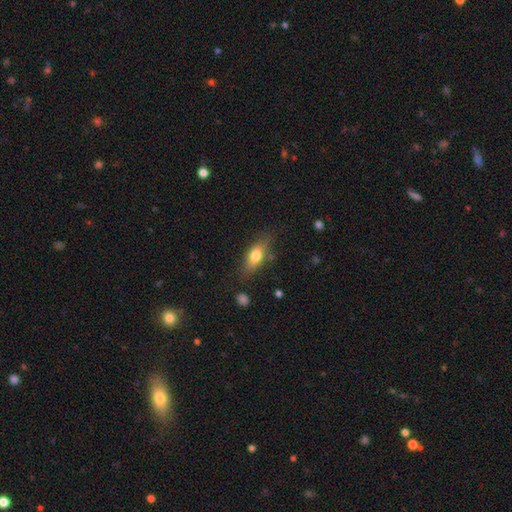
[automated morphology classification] smooth-or-featured: smooth: 71% | featured or disk: 22% | star or artifact: 7%
  how-rounded: in between: 72% | cigar-shaped: 23% | round: 5%
  merging: none: 76% | minor disturbance: 17% | major disturbance: 5% | merger: 3%